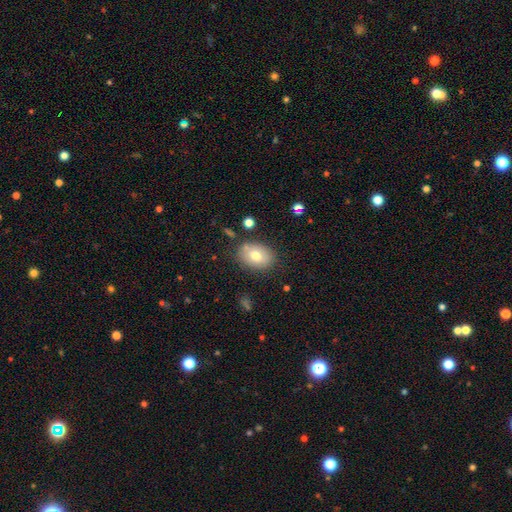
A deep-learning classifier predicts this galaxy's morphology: Smooth or featured? Predicted: smooth (p=0.73). How rounded? Predicted: in between (p=0.72). Merging? Predicted: none (p=0.80).